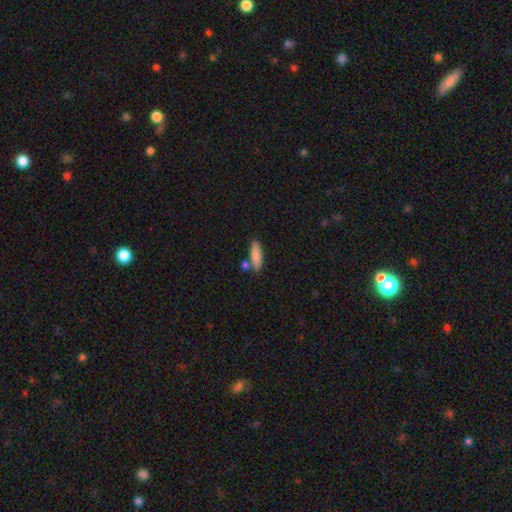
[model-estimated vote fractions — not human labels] smooth_or_featured: smooth (p=0.84) [alt: featured or disk p=0.10]
how_rounded: cigar-shaped (p=0.57) [alt: in between p=0.41]
merging: none (p=0.72) [alt: minor disturbance p=0.13]